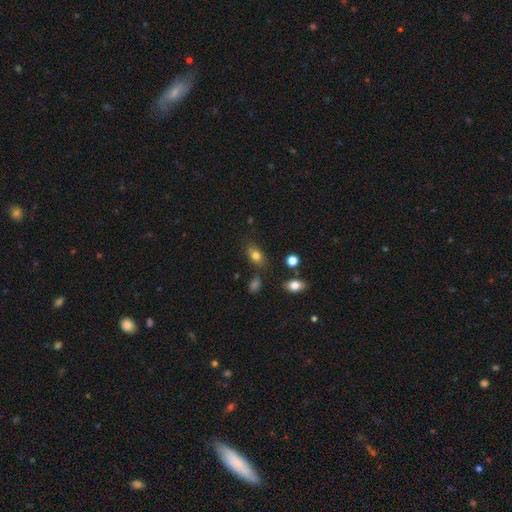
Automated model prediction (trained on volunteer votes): Q: Smooth or featured?
A: smooth (79%); runner-up: star or artifact (11%)
Q: How rounded?
A: in between (79%); runner-up: round (19%)
Q: Merging?
A: none (73%); runner-up: minor disturbance (16%)